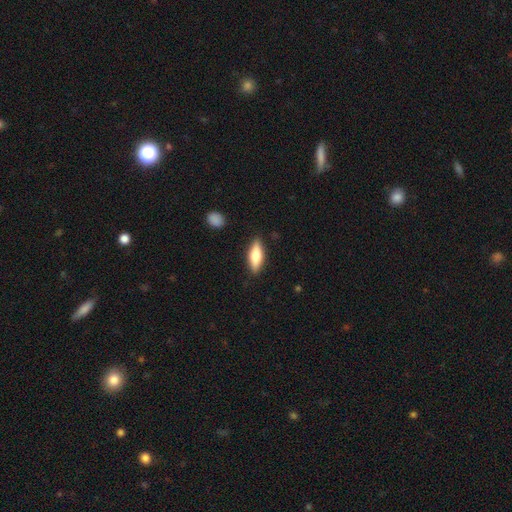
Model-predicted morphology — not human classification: smooth_or_featured: smooth (p=0.67) [alt: featured or disk p=0.27]
how_rounded: in between (p=0.61) [alt: cigar-shaped p=0.36]
merging: none (p=0.87) [alt: minor disturbance p=0.10]